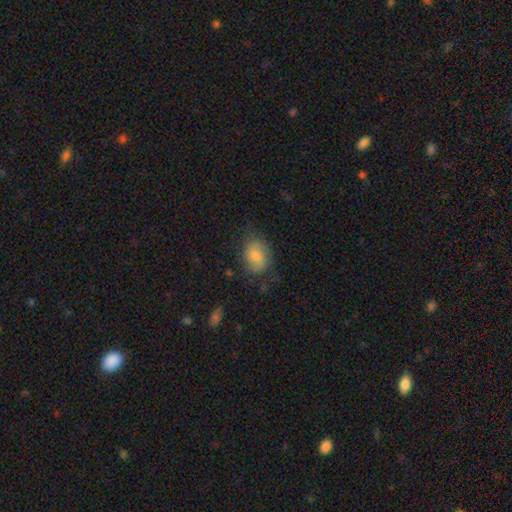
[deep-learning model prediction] Smooth or featured?
  - smooth: 71% *
  - featured or disk: 21%
  - star or artifact: 8%
How rounded?
  - in between: 63% *
  - round: 35%
  - cigar-shaped: 1%
Merging?
  - none: 64% *
  - minor disturbance: 25%
  - major disturbance: 9%
  - merger: 2%